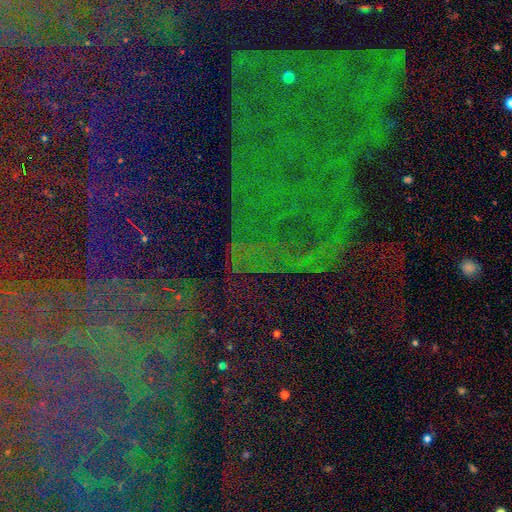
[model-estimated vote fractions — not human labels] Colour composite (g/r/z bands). It shows a star or artifact, not a galaxy (83%).